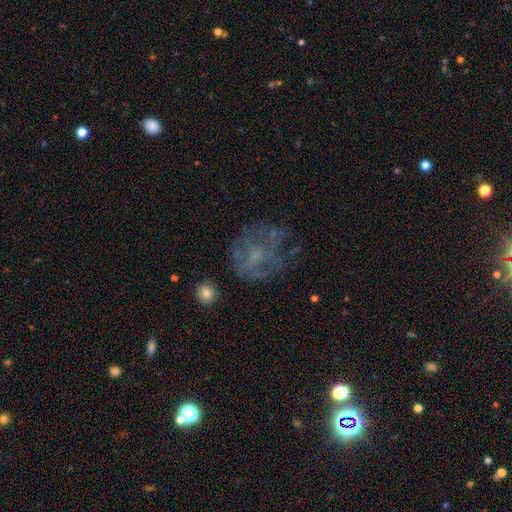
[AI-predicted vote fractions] Smooth or featured?
  - featured or disk: 51% *
  - smooth: 30%
  - star or artifact: 18%
Edge-on disk?
  - no: 97% *
  - yes: 3%
Merging?
  - none: 54% *
  - major disturbance: 23%
  - minor disturbance: 20%
  - merger: 3%